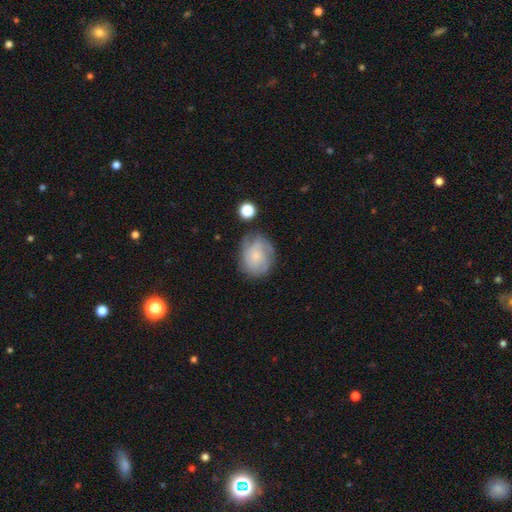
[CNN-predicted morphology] featured or disk 52%, smooth 39%, star or artifact 9%. Down the decision tree: edge-on disk — no (97%); bar — no (80%); spiral arms — yes (83%); bulge size — small (61%); merging — none (63%).